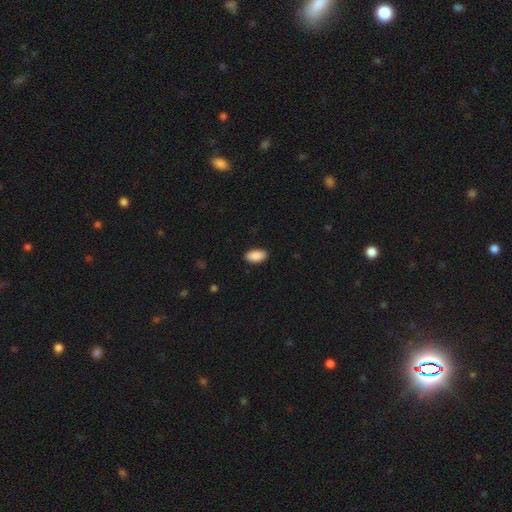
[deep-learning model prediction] Overall: smooth (90%). How rounded: in between (95%). Merging: none (89%).